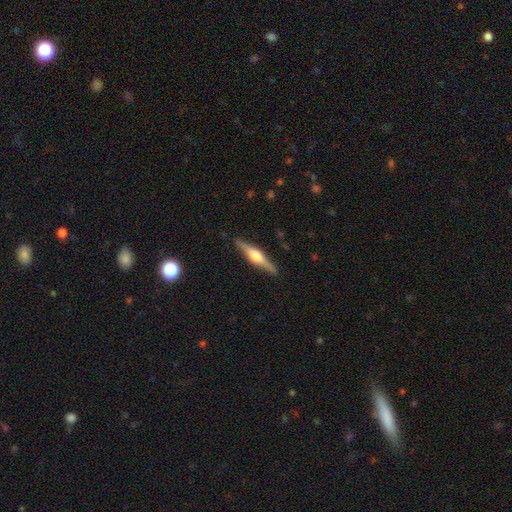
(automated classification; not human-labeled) smooth-or-featured: featured or disk: 73% | smooth: 22% | star or artifact: 5%
  disk-edge-on: yes: 98% | no: 2%
    edge-on-bulge: rounded: 90% | boxy: 8% | none: 2%
  merging: none: 90% | minor disturbance: 7% | major disturbance: 2% | merger: 1%